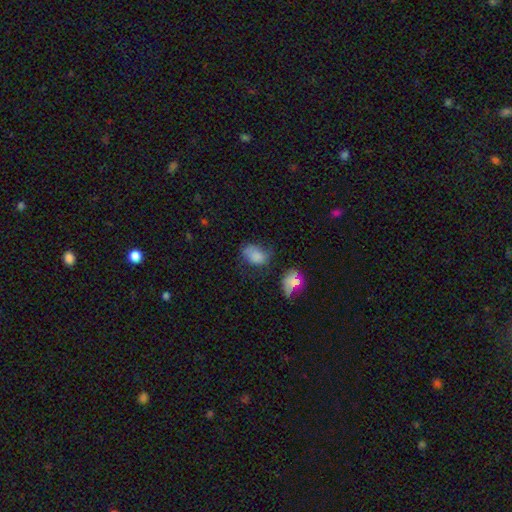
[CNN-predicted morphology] type=smooth (77%); roundness=in between (80%); merging=none (38%).